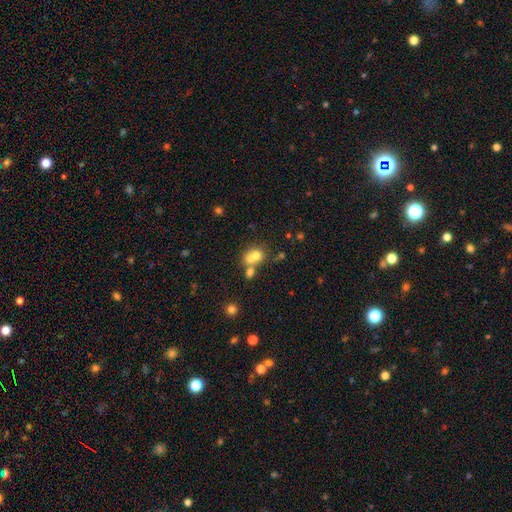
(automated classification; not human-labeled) Smooth or featured: smooth — 67% (featured or disk — 20%)
How rounded: round — 62% (in between — 37%)
Merging: merger — 58% (none — 30%)